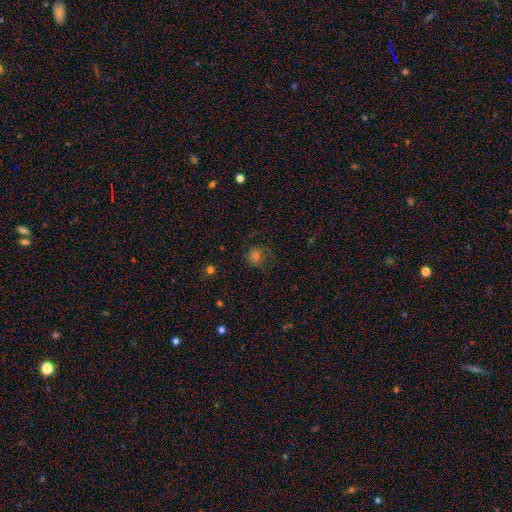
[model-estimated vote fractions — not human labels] This is likely a smooth galaxy (62%). How rounded: clearly round (85%). Merging: likely none (66%).